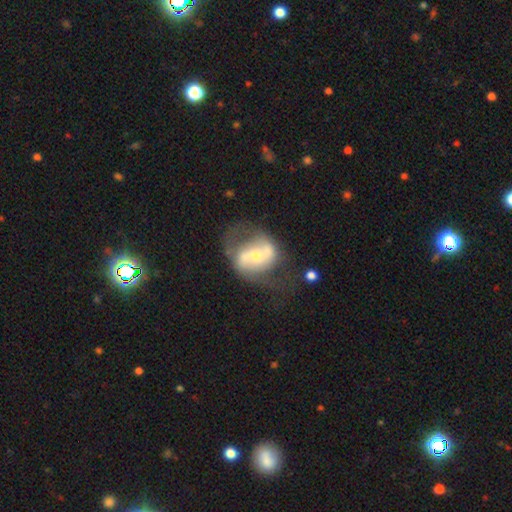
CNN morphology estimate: featured or disk 74%, smooth 20%, star or artifact 7%. Down the decision tree: edge-on disk — no (96%); bar — strong (36%); spiral arms — yes (76%); spiral arm count — 2 (84%); spiral winding — loose (45%); bulge size — moderate (52%); merging — none (51%).